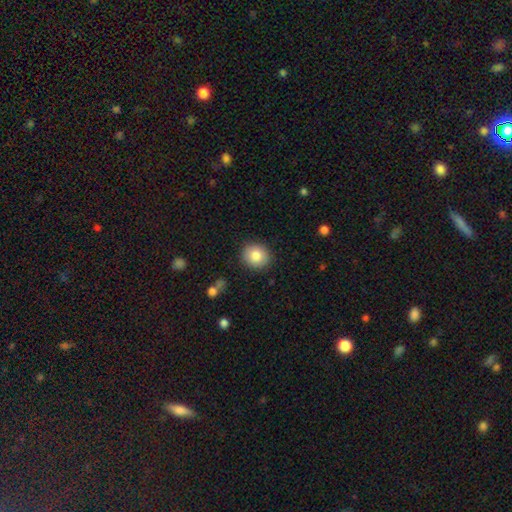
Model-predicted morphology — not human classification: smooth-or-featured: smooth: 84% | star or artifact: 8% | featured or disk: 8%
  how-rounded: round: 81% | in between: 19% | cigar-shaped: 1%
  merging: none: 89% | minor disturbance: 7% | major disturbance: 2% | merger: 1%